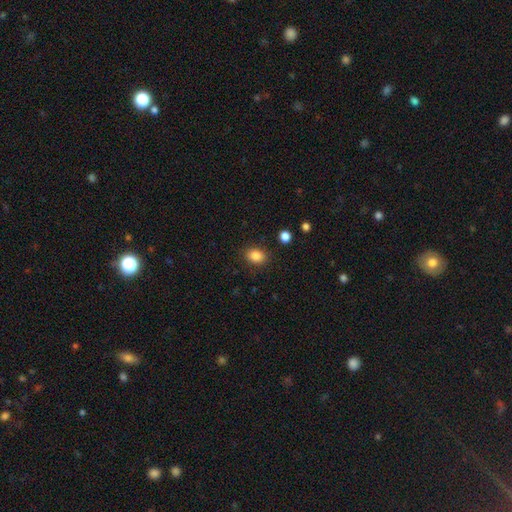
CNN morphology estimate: type=smooth (86%); roundness=in between (64%); merging=none (85%).